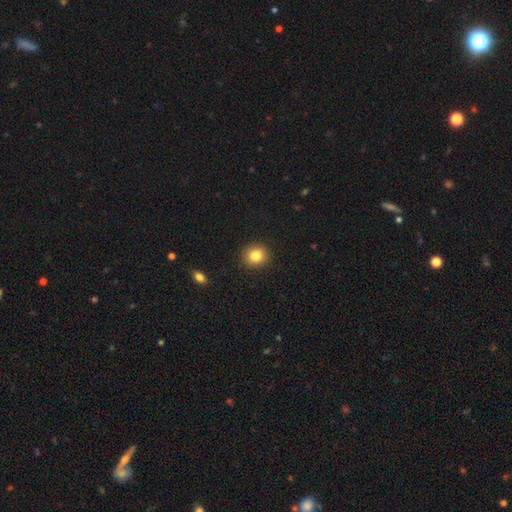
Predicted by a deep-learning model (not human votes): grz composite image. It shows a smooth galaxy with no disk features (83%) that is round (84%). Merging: none (91%).